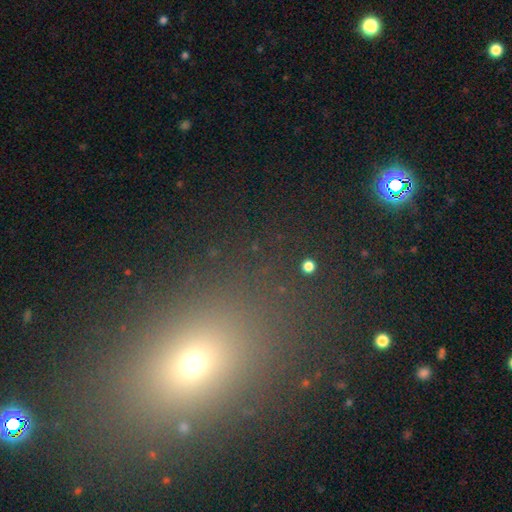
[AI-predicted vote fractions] Smooth or featured: smooth — 52% (star or artifact — 36%)
How rounded: in between — 55% (round — 42%)
Merging: none — 83% (minor disturbance — 8%)